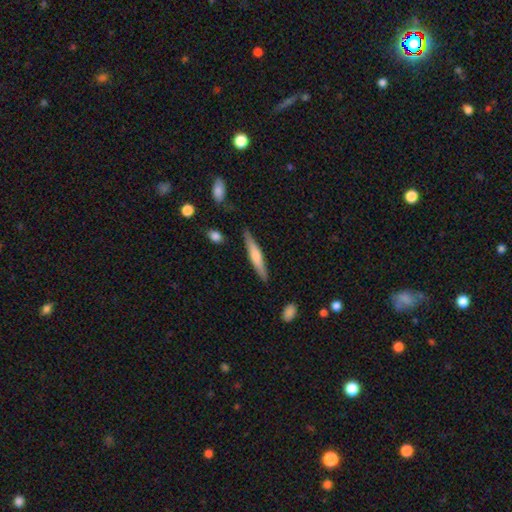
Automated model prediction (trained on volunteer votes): Overall: smooth (57%; featured or disk 37%). How rounded: cigar-shaped (91%). Merging: none (86%).